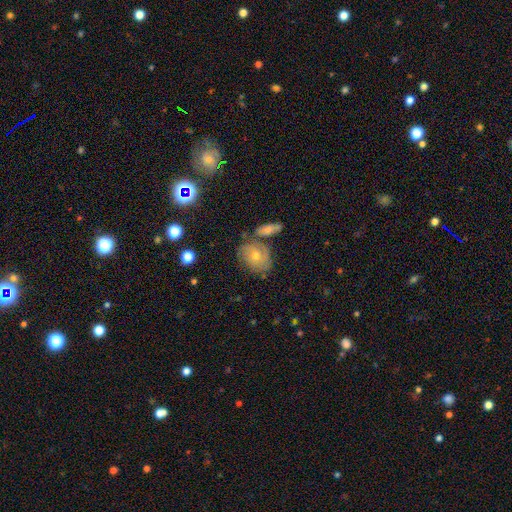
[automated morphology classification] Smooth or featured? Predicted: featured or disk (p=0.47). Merging? Predicted: none (p=0.63).